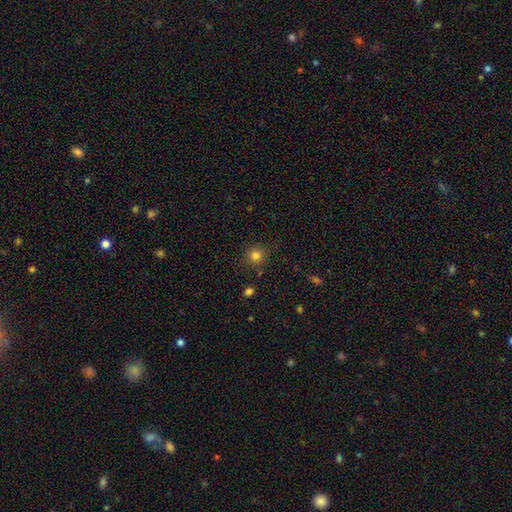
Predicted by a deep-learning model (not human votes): Smooth or featured: smooth — 81% (star or artifact — 14%)
How rounded: round — 93% (in between — 7%)
Merging: none — 87% (minor disturbance — 8%)